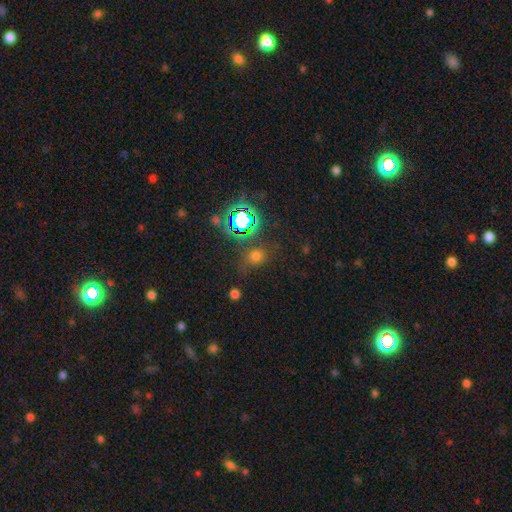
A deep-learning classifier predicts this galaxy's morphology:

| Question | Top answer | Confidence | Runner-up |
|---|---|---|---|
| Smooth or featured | smooth | 60% | star or artifact (32%) |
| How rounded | round | 68% | in between (30%) |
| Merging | none | 70% | minor disturbance (16%) |